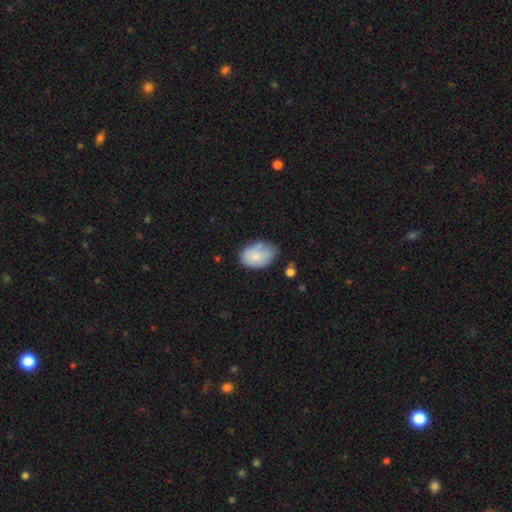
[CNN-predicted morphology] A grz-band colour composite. It shows a smooth galaxy with no disk features (79%) that is in between round and cigar-shaped (85%). Merging: none (49%).